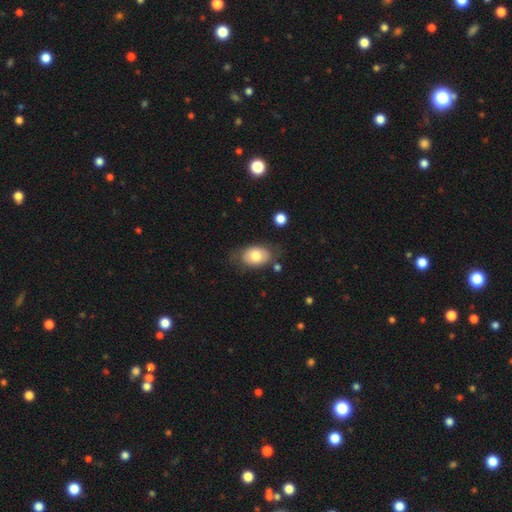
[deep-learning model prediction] smooth 72%, featured or disk 21%, star or artifact 7%. Down the decision tree: how rounded — in between (86%); merging — none (68%).